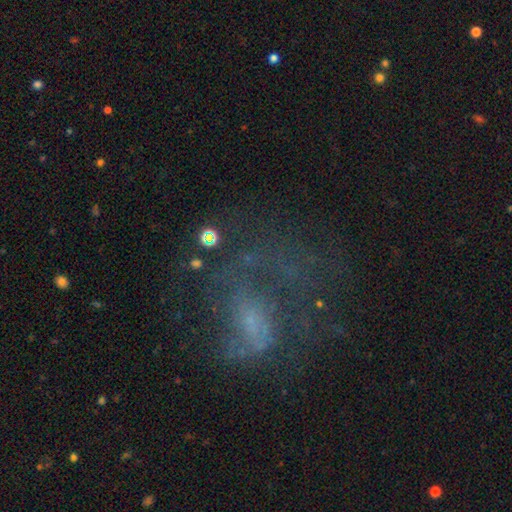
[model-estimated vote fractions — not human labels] featured or disk 62%, smooth 20%, star or artifact 19%. Down the decision tree: edge-on disk — no (97%); bar — no (62%); spiral arms — yes (57%); bulge size — small (48%); merging — major disturbance (42%).